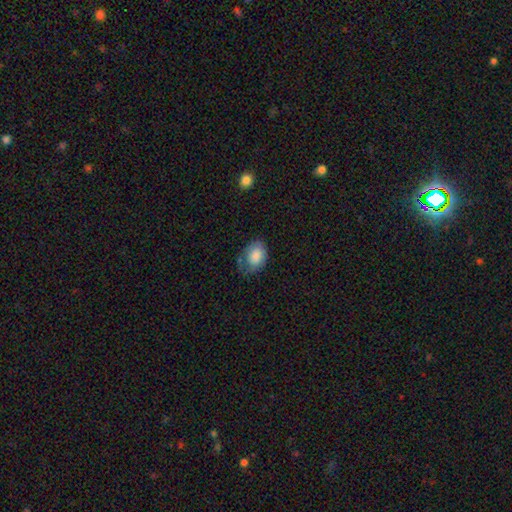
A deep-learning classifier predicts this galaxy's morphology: Smooth or featured? smooth (81%)
How rounded? in between (78%)
Merging? none (51%)